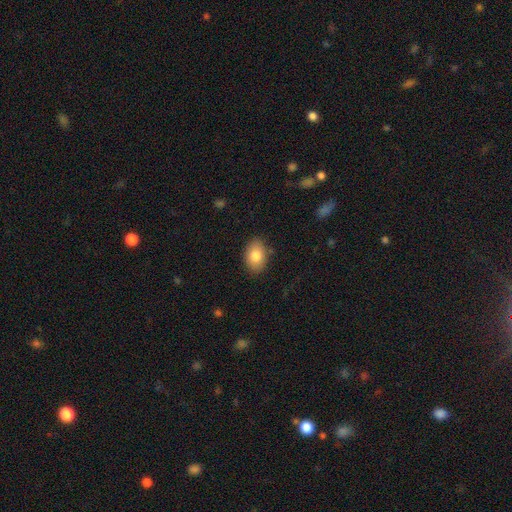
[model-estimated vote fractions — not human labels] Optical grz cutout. It shows a smooth galaxy with no disk features (82%) that is in between round and cigar-shaped (82%). Merging: none (85%).